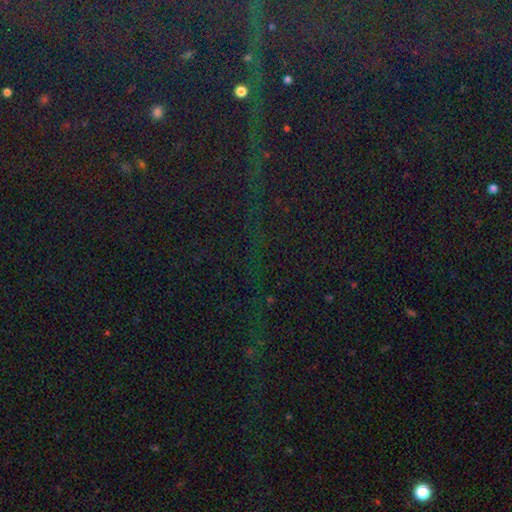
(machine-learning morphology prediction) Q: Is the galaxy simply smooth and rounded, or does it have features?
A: star or artifact — 83%.